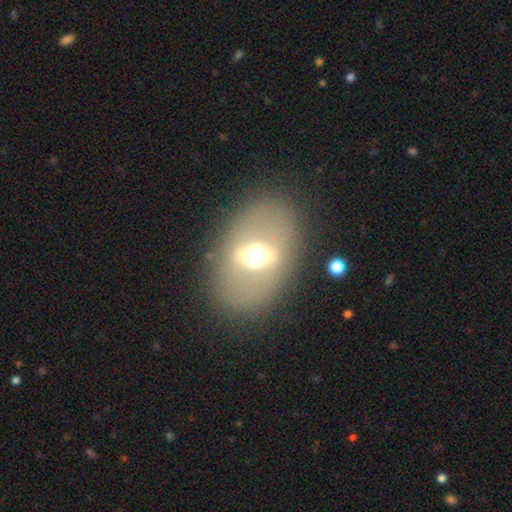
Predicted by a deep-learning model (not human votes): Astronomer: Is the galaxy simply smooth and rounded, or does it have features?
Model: featured or disk — 52% (runner-up: smooth, 36%).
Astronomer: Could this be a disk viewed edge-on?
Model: no — 75%.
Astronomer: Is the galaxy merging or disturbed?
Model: none — 81%.